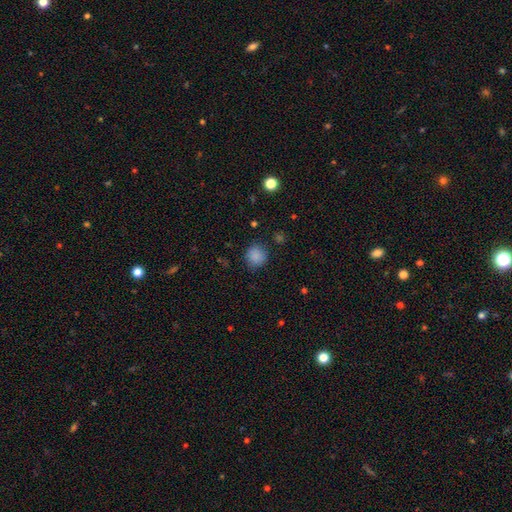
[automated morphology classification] Smooth or featured?
  - smooth: 86% *
  - star or artifact: 10%
  - featured or disk: 4%
How rounded?
  - round: 88% *
  - in between: 11%
  - cigar-shaped: 1%
Merging?
  - none: 82% *
  - minor disturbance: 13%
  - major disturbance: 3%
  - merger: 1%